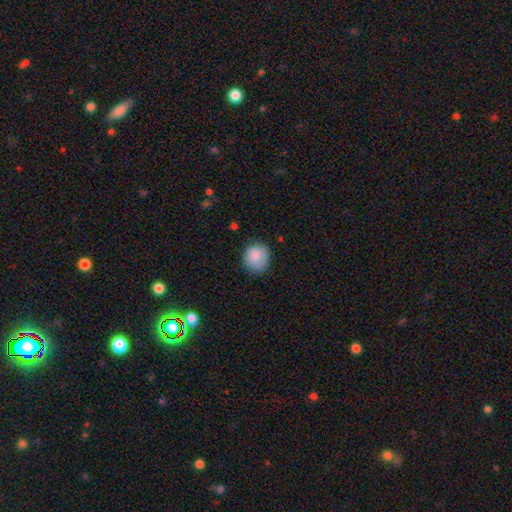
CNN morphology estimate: Overall: smooth (86%). How rounded: round (79%). Merging: none (75%).